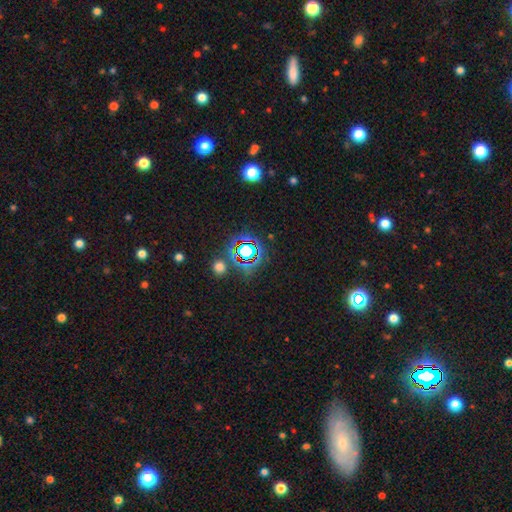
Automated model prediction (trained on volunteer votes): Smooth or featured?
  - star or artifact: 76% *
  - smooth: 14%
  - featured or disk: 9%